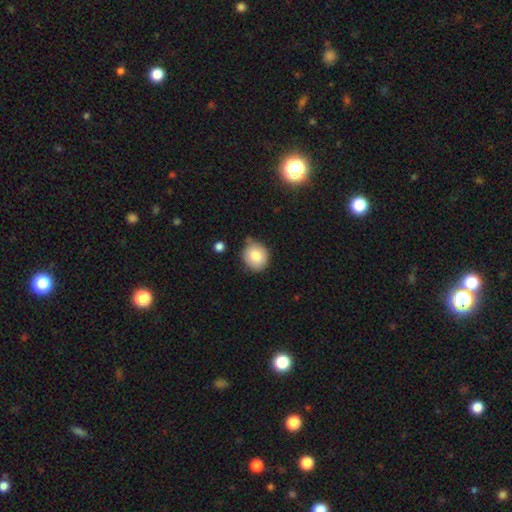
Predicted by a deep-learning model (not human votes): Overall: smooth (83%). How rounded: round (76%). Merging: none (73%).